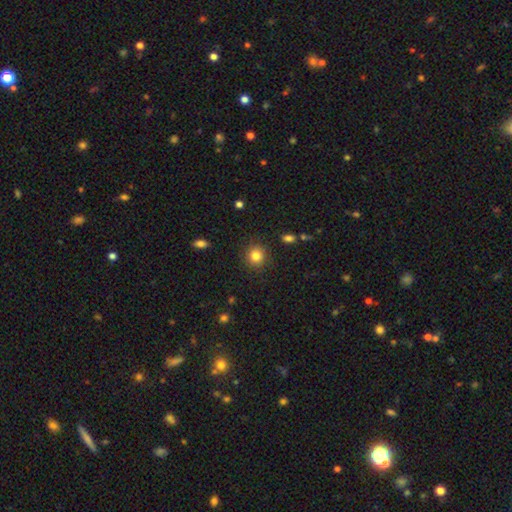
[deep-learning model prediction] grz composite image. It shows a smooth galaxy with no disk features (83%) that is round (89%). Merging: none (89%).